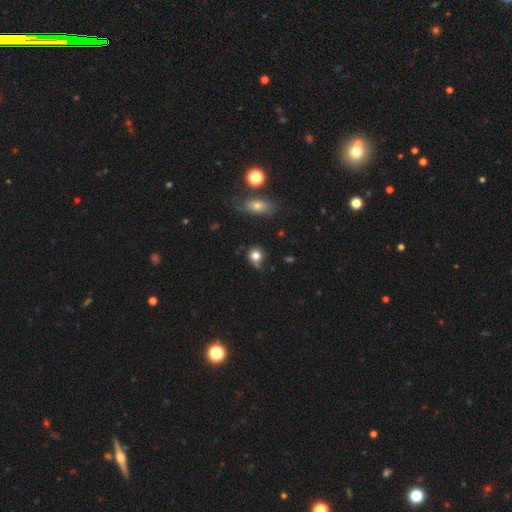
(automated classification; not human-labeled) Overall: smooth (78%). How rounded: round (81%). Merging: none (49%; minor disturbance 30%).